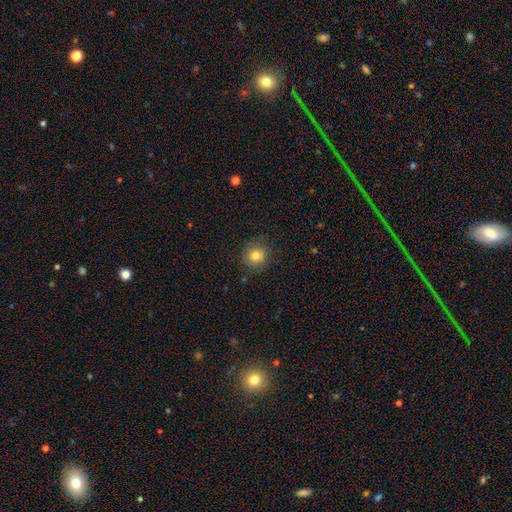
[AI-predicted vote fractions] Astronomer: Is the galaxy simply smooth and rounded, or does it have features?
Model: smooth — 79%.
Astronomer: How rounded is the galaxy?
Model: round — 86%.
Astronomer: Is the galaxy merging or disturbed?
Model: none — 82%.